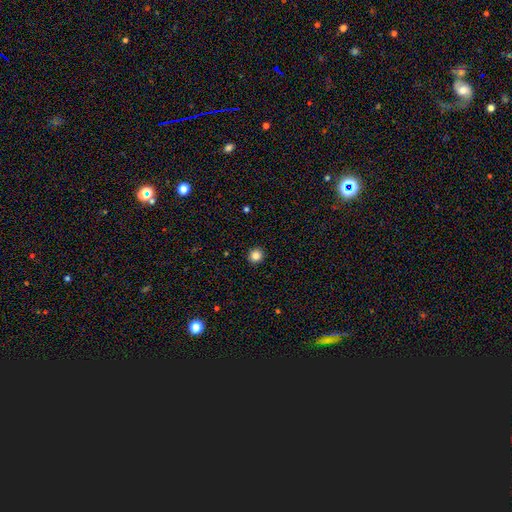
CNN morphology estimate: This appears to be a smooth galaxy with no disk features (85%) that is round (94%). Merging: none (93%).